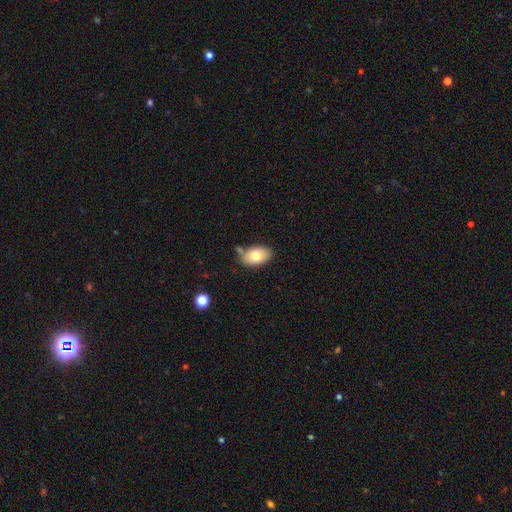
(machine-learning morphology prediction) A smooth galaxy with no disk features (76%) that is in between round and cigar-shaped (90%). Merging: none (69%).